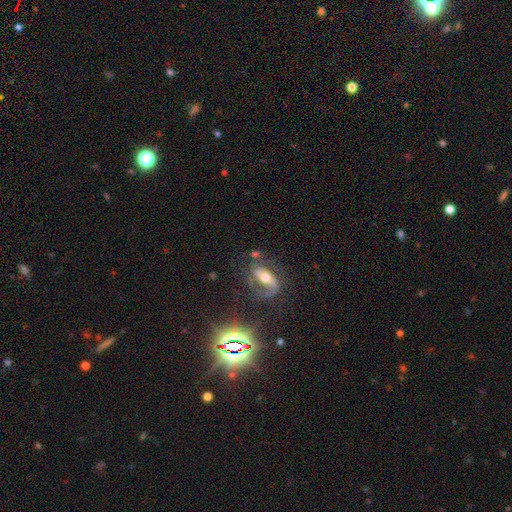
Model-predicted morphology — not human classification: A featured or disk galaxy (61%) with a strong bar (43%), spiral arms (76%) and a moderate central bulge (64%). Merging: none (59%).